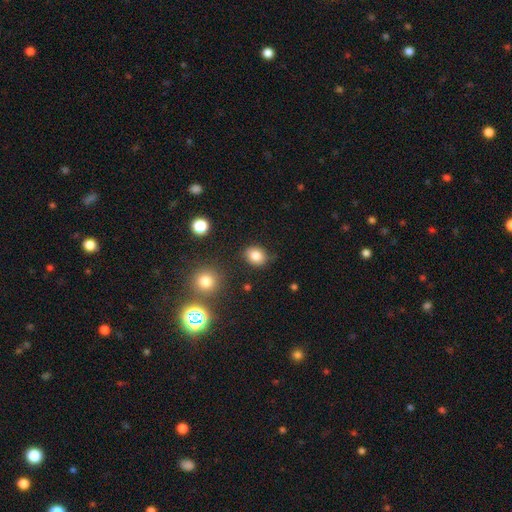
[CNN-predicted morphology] A smooth galaxy with no disk features (83%) that is round (54%).

Vote fractions:
- Smooth or featured? smooth: 83% / star or artifact: 11% / featured or disk: 6%
- How rounded? round: 54% / in between: 45% / cigar-shaped: 1%
- Merging? none: 84% / minor disturbance: 10% / major disturbance: 3% / merger: 3%